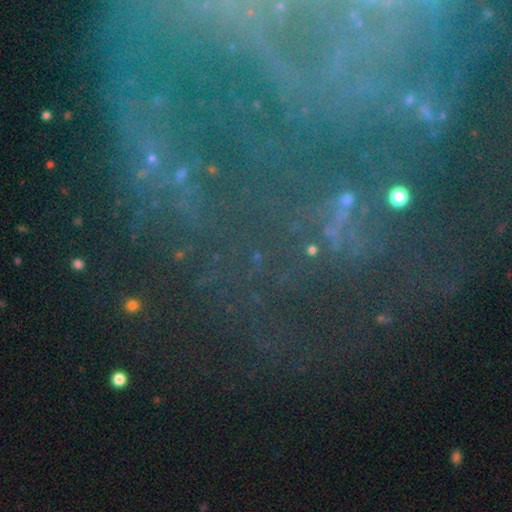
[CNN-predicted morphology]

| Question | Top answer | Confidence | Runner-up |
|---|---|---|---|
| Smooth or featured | featured or disk | 48% | star or artifact (40%) |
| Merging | none | 63% | minor disturbance (15%) |